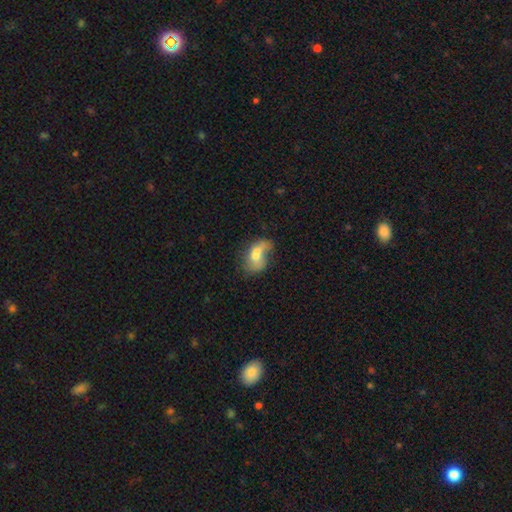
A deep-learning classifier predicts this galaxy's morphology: This is possibly a smooth galaxy (56%). How rounded: clearly in between (84%). Merging: marginally none (31%).